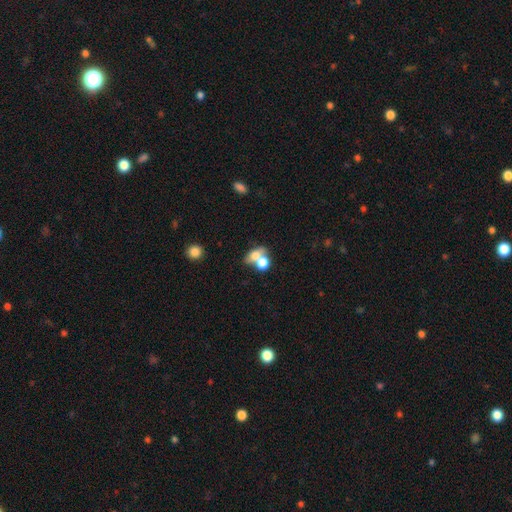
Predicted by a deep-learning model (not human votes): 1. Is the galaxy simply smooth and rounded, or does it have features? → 67% smooth, 22% featured or disk, 11% star or artifact.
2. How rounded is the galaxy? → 59% in between, 38% round, 3% cigar-shaped.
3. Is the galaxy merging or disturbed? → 62% merger, 24% none, 8% minor disturbance, 6% major disturbance.